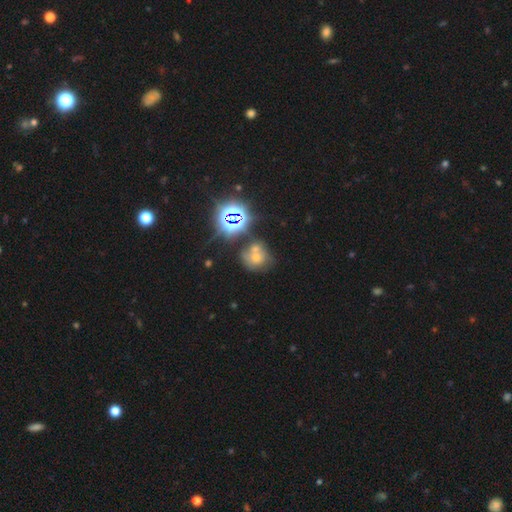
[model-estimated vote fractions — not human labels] A smooth galaxy with no disk features (50%). Merging: merger (48%).